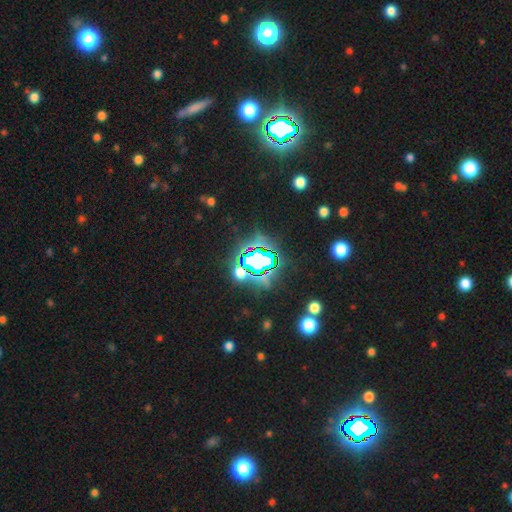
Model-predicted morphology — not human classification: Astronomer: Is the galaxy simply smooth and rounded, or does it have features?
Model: star or artifact — 74%.